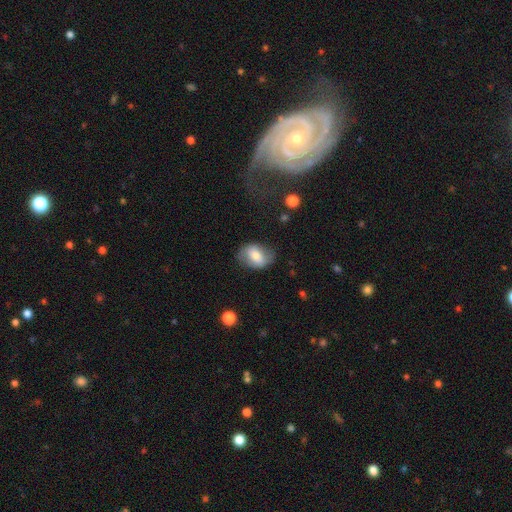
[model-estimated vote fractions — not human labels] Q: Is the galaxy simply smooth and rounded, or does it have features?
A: smooth — 62%.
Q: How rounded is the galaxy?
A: in between — 77%.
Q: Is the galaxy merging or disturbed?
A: none — 70%.